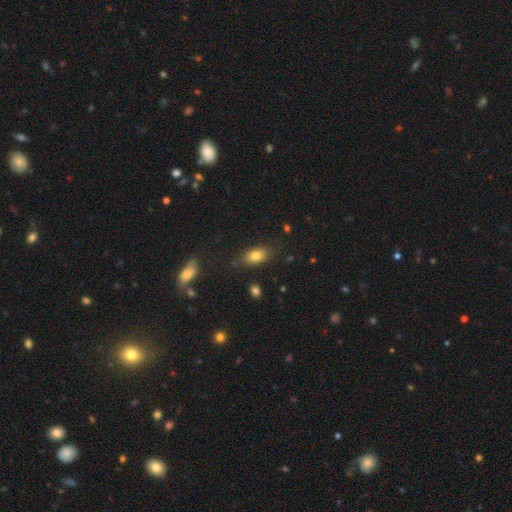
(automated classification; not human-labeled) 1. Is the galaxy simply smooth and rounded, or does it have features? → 81% smooth, 10% featured or disk, 10% star or artifact.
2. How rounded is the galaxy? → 86% in between, 11% round, 3% cigar-shaped.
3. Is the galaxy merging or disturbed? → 80% none, 13% minor disturbance, 4% major disturbance, 2% merger.